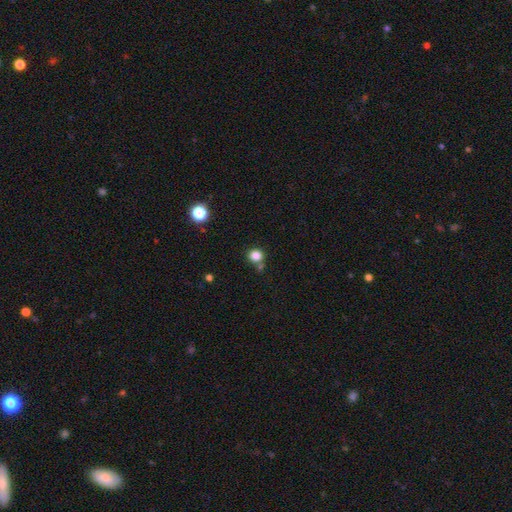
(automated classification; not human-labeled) smooth_or_featured: smooth (p=0.83) [alt: star or artifact p=0.12]
how_rounded: round (p=0.87) [alt: in between p=0.12]
merging: none (p=0.70) [alt: merger p=0.16]